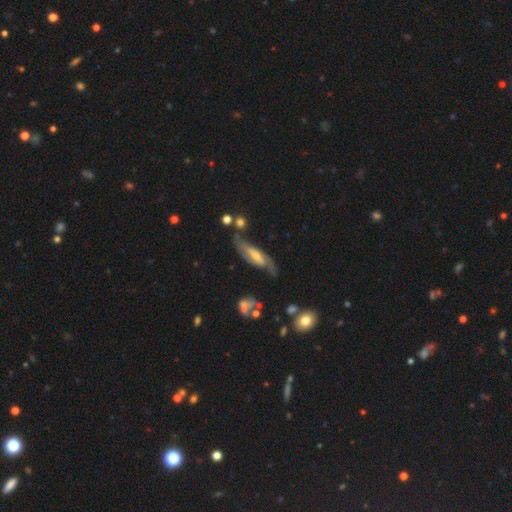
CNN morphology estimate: smooth_or_featured: featured or disk (p=0.76) [alt: smooth p=0.17]
disk_edge_on: no (p=0.78) [alt: yes p=0.22]
bar: weak (p=0.44) [alt: strong p=0.28]
has_spiral_arms: yes (p=0.90) [alt: no p=0.10]
spiral_winding: medium (p=0.42) [alt: loose p=0.35]
spiral_arm_count: 2 (p=0.83) [alt: can't tell p=0.11]
bulge_size: moderate (p=0.48) [alt: small p=0.39]
merging: none (p=0.64) [alt: minor disturbance p=0.20]